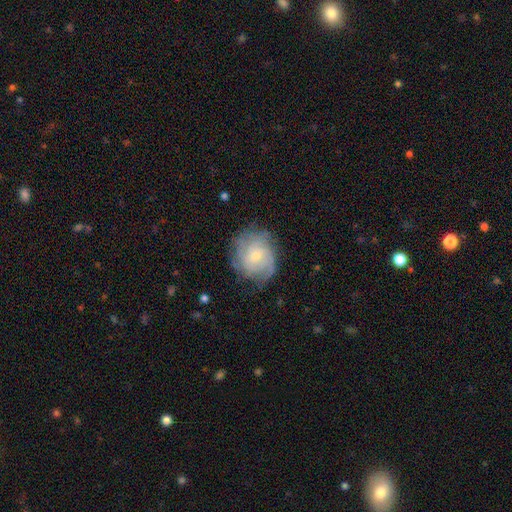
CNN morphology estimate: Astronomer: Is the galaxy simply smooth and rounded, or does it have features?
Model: featured or disk — 67%.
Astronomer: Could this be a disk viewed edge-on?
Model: no — 97%.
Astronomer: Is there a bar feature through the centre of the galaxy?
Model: no — 69%.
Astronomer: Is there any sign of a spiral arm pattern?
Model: yes — 88%.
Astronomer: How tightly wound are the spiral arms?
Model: tight — 53% (runner-up: medium, 34%).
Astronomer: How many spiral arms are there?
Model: can't tell — 46%.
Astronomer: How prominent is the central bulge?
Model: small — 63%.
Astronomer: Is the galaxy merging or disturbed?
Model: none — 68%.